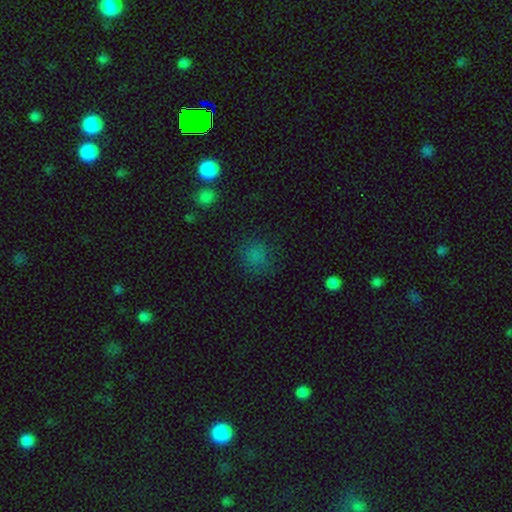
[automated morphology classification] Q: Smooth or featured?
A: smooth (74%); runner-up: star or artifact (20%)
Q: How rounded?
A: round (82%); runner-up: in between (17%)
Q: Merging?
A: none (75%); runner-up: minor disturbance (16%)